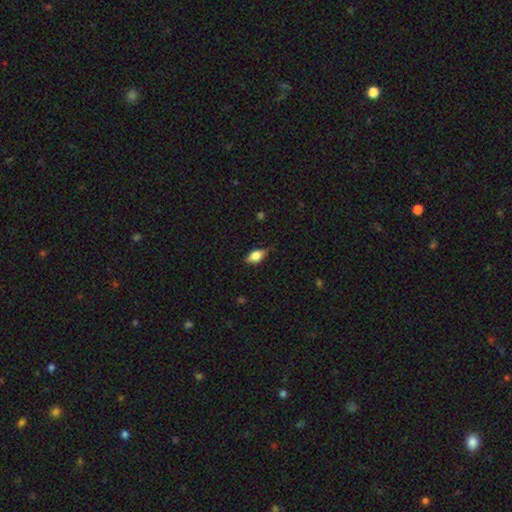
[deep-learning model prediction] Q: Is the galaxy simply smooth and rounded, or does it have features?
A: smooth — 67%.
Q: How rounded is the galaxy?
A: in between — 84%.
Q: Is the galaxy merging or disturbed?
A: none — 77%.